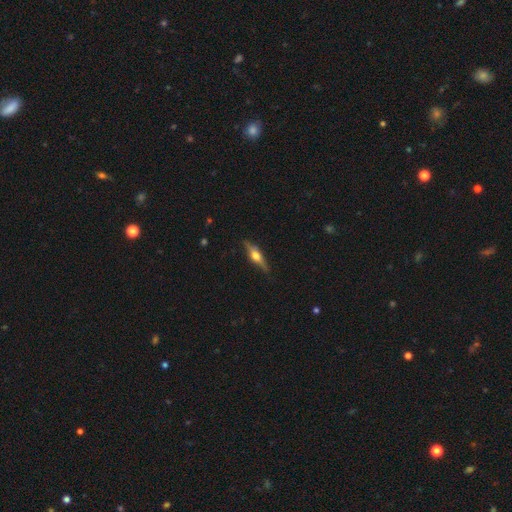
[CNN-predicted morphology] featured or disk 69%, smooth 25%, star or artifact 6%. Down the decision tree: edge-on disk — yes (96%); edge-on bulge — rounded (93%); merging — none (85%).